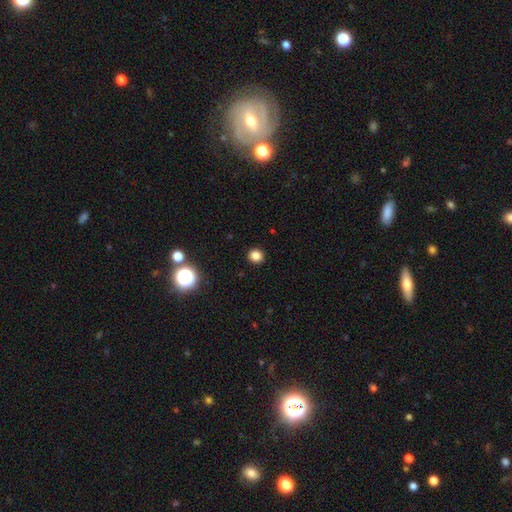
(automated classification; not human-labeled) Smooth or featured: smooth — 82% (star or artifact — 14%)
How rounded: round — 90% (in between — 9%)
Merging: none — 92% (minor disturbance — 5%)